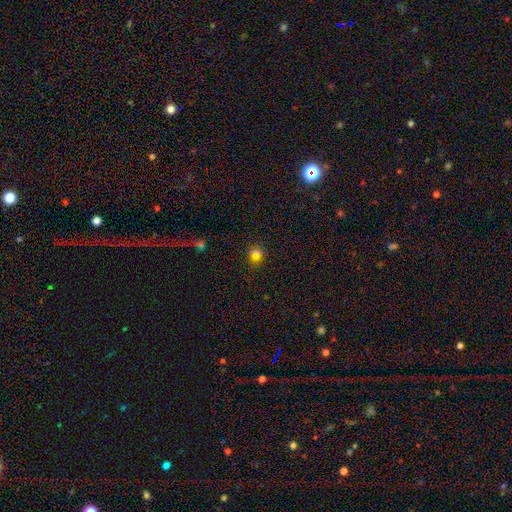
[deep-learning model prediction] Q: Smooth or featured?
A: smooth (72%); runner-up: star or artifact (20%)
Q: How rounded?
A: round (70%); runner-up: in between (29%)
Q: Merging?
A: none (68%); runner-up: minor disturbance (14%)